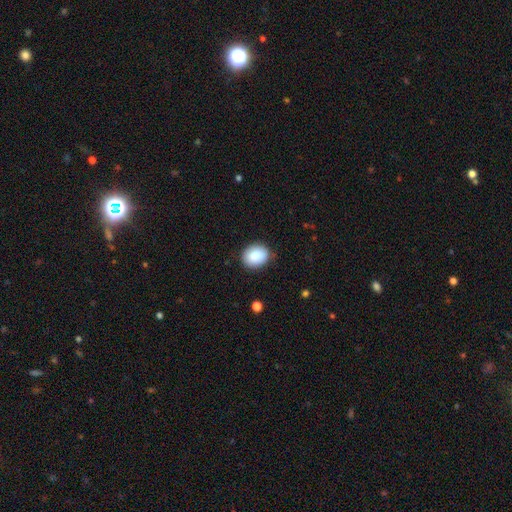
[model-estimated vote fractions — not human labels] Morphology: type=smooth (88%); roundness=in between (55%); merging=none (85%).